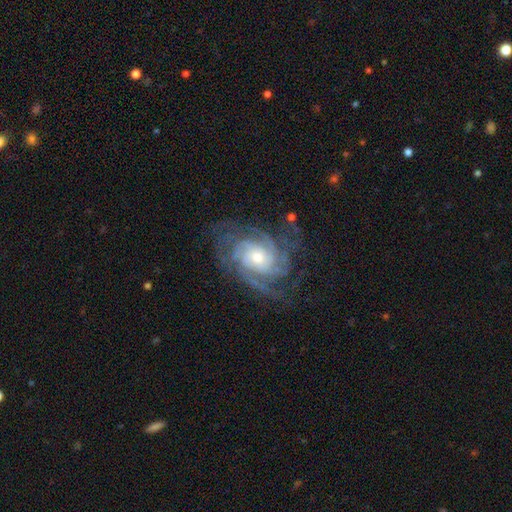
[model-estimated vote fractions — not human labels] smooth_or_featured: featured or disk (p=0.89) [alt: star or artifact p=0.06]
disk_edge_on: no (p=0.97) [alt: yes p=0.03]
bar: no (p=0.70) [alt: weak p=0.23]
has_spiral_arms: yes (p=0.98) [alt: no p=0.02]
spiral_winding: tight (p=0.66) [alt: medium p=0.29]
spiral_arm_count: 4 (p=0.26) [alt: 3 p=0.22]
bulge_size: moderate (p=0.51) [alt: small p=0.39]
merging: none (p=0.75) [alt: minor disturbance p=0.16]